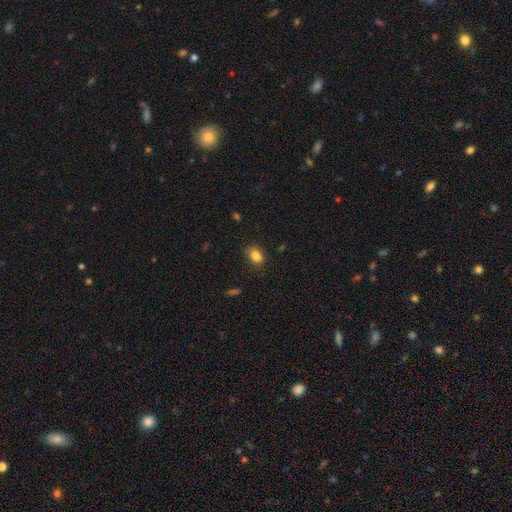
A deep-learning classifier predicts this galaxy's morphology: Smooth or featured?
  - smooth: 84% *
  - star or artifact: 10%
  - featured or disk: 6%
How rounded?
  - in between: 76% *
  - round: 22%
  - cigar-shaped: 2%
Merging?
  - none: 77% *
  - minor disturbance: 17%
  - major disturbance: 4%
  - merger: 2%